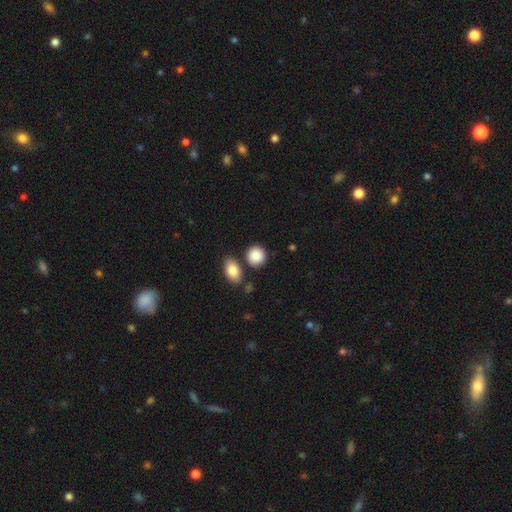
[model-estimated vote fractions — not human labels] This appears to be a smooth galaxy with no disk features (88%) that is round (74%). Merging: none (75%).